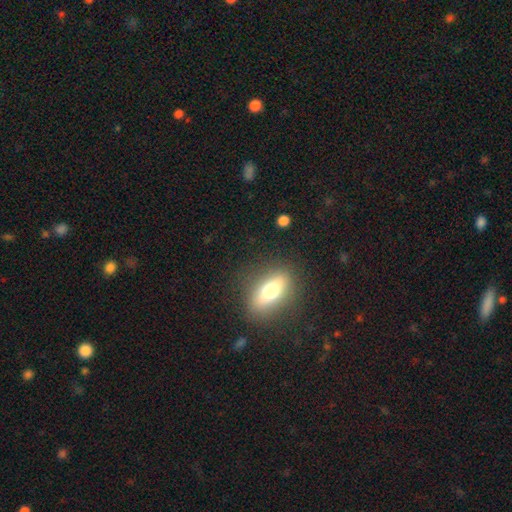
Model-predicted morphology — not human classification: Q: Smooth or featured?
A: smooth (55%); runner-up: featured or disk (26%)
Q: How rounded?
A: in between (71%); runner-up: cigar-shaped (18%)
Q: Merging?
A: none (88%); runner-up: minor disturbance (8%)